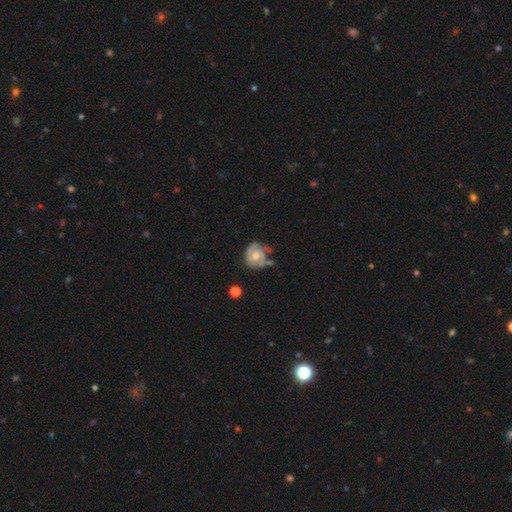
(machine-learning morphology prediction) Smooth or featured?
  - featured or disk: 65% *
  - smooth: 29%
  - star or artifact: 6%
Edge-on disk?
  - no: 98% *
  - yes: 2%
Bar?
  - no: 72% *
  - weak: 24%
  - strong: 4%
Spiral arms?
  - yes: 82% *
  - no: 18%
Spiral winding?
  - tight: 59% *
  - medium: 30%
  - loose: 11%
Spiral arm count?
  - 2: 49% *
  - can't tell: 24%
  - 1: 16%
  - 3: 8%
  - 4: 2%
  - more than 4: 2%
Bulge size?
  - moderate: 61% *
  - small: 31%
  - large: 4%
  - none: 3%
  - dominant: 1%
Merging?
  - none: 47% *
  - minor disturbance: 29%
  - major disturbance: 14%
  - merger: 9%